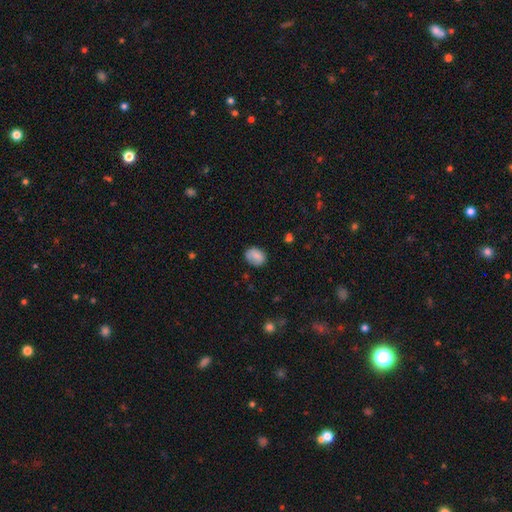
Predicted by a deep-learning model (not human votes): Overall: smooth (83%). How rounded: in between (57%; round 42%). Merging: none (76%).